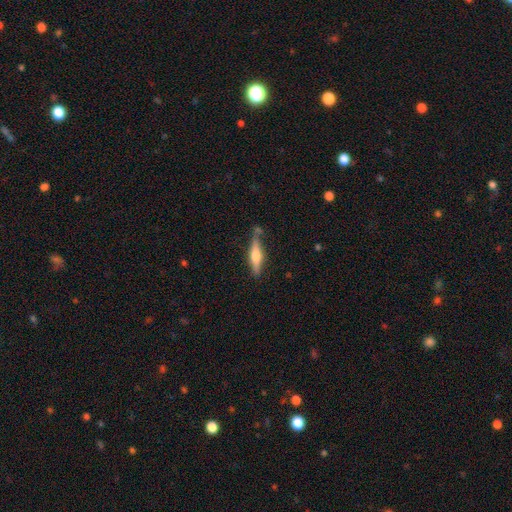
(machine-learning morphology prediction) featured or disk 49%, smooth 45%, star or artifact 6%. Down the decision tree: merging — none (73%).